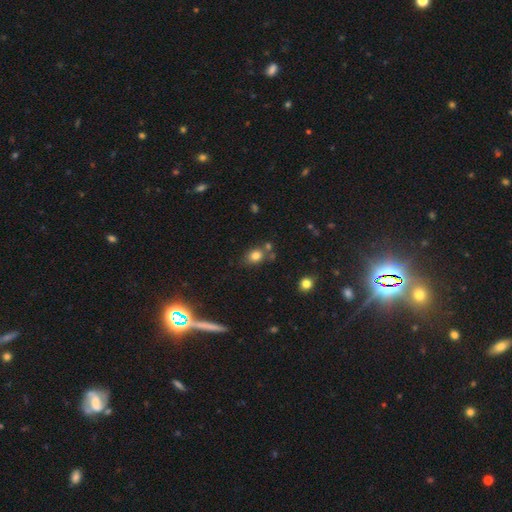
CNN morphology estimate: smooth_or_featured: smooth (p=0.79) [alt: star or artifact p=0.12]
how_rounded: in between (p=0.55) [alt: round p=0.44]
merging: none (p=0.63) [alt: merger p=0.17]